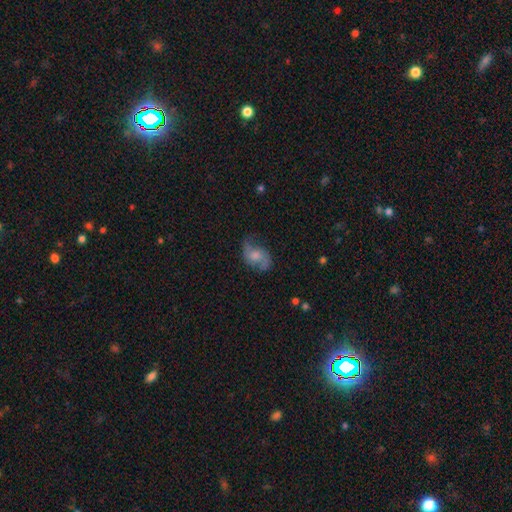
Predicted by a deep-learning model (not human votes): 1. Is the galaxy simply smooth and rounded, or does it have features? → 60% featured or disk, 32% smooth, 8% star or artifact.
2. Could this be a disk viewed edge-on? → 97% no, 3% yes.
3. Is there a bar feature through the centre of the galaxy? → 64% no, 30% weak, 5% strong.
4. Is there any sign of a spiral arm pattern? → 87% yes, 13% no.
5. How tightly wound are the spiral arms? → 61% loose, 31% medium, 8% tight.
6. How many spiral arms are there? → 87% 2, 6% can't tell, 4% 1, 1% 3, 1% 4, 1% more than 4.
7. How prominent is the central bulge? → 42% moderate, 29% small, 15% none, 12% large, 2% dominant.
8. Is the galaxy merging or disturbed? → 58% none, 26% minor disturbance, 14% major disturbance, 2% merger.